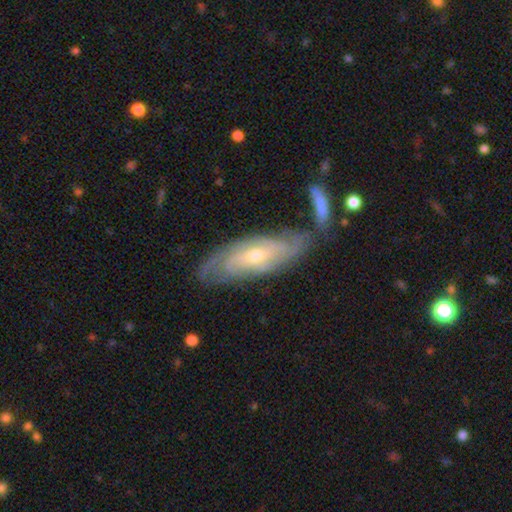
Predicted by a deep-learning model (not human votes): This is likely a featured or disk galaxy (79%). It is clearly not viewed edge-on (85%). Bar: possibly no (56%). Spiral arm pattern: clearly yes (91%). Spiral arm count: marginally can't tell (45%). Spiral winding: likely tight (63%). Central bulge: possibly small (52%). Merging: likely none (67%).